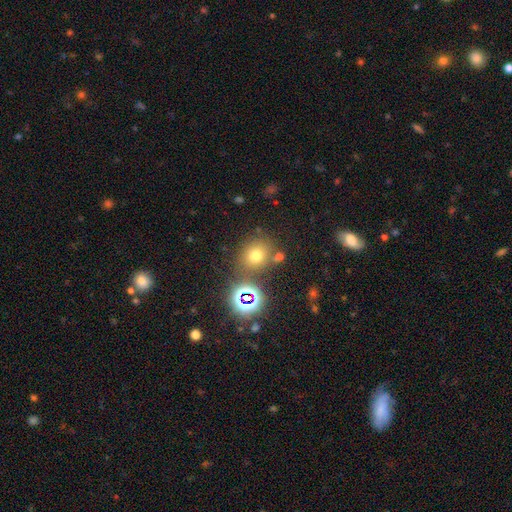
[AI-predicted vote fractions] smooth-or-featured: smooth: 64% | star or artifact: 25% | featured or disk: 11%
  how-rounded: round: 78% | in between: 21% | cigar-shaped: 1%
  merging: none: 72% | merger: 12% | minor disturbance: 11% | major disturbance: 5%